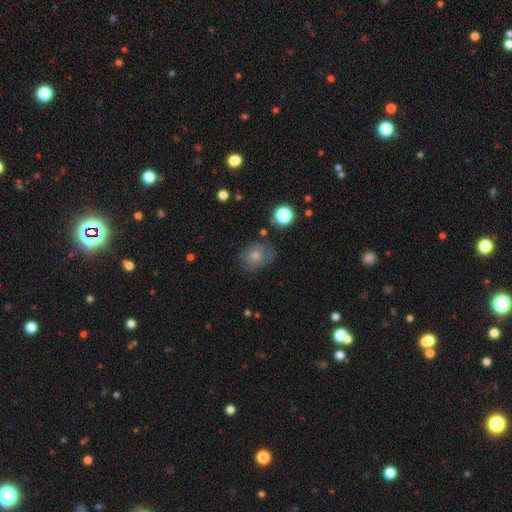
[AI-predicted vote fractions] smooth_or_featured: smooth (p=0.62) [alt: featured or disk p=0.26]
how_rounded: in between (p=0.51) [alt: round p=0.48]
merging: none (p=0.66) [alt: minor disturbance p=0.23]